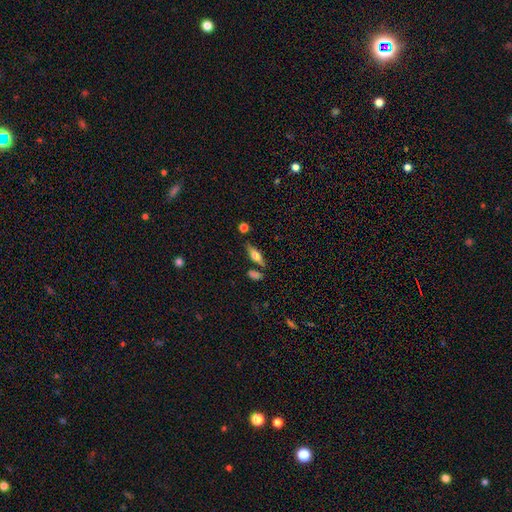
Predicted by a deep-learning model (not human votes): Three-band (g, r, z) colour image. It shows a smooth galaxy with no disk features (50%) that is cigar-shaped (49%). Merging: none (77%).